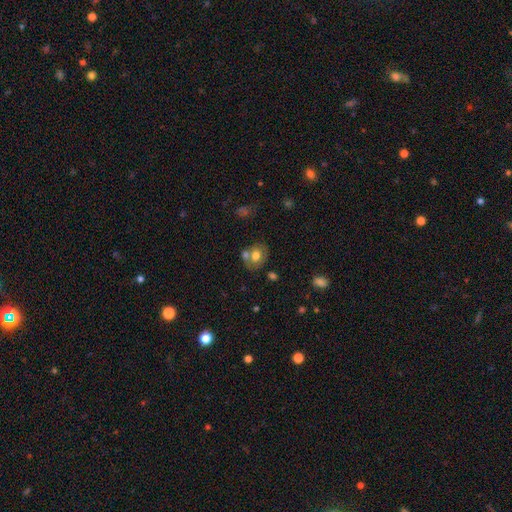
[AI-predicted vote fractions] The model was most divided on "how rounded": round: 53%, in between: 46%, cigar-shaped: 1%. More confident: smooth or featured — smooth (68%); merging — none (55%).